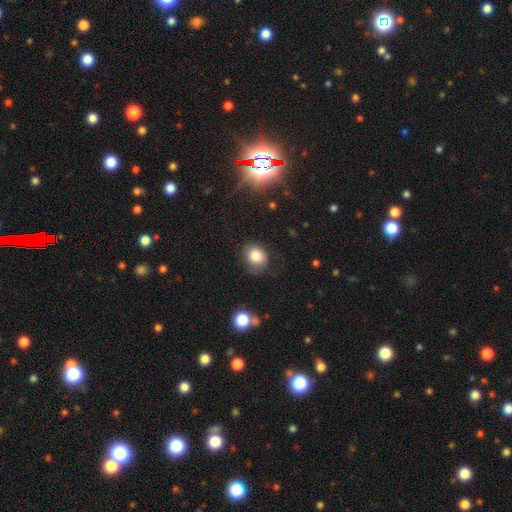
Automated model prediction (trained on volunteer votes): Overall: smooth (82%). How rounded: round (65%; in between 34%). Merging: none (66%).